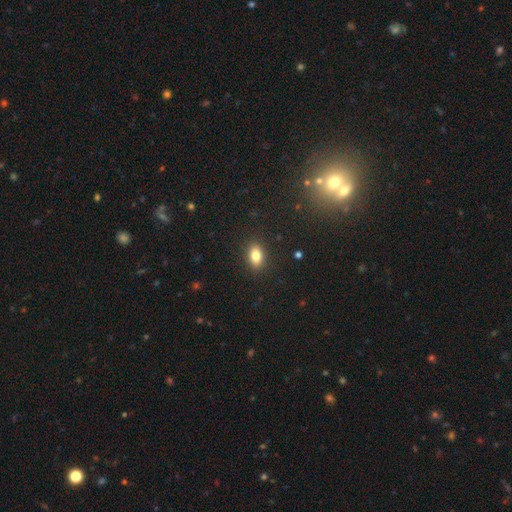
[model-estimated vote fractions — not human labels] A smooth galaxy with no disk features (82%) that is in between round and cigar-shaped (85%).

Vote fractions:
- Smooth or featured? smooth: 82% / star or artifact: 9% / featured or disk: 8%
- How rounded? in between: 85% / round: 12% / cigar-shaped: 3%
- Merging? none: 89% / minor disturbance: 8% / major disturbance: 2% / merger: 1%